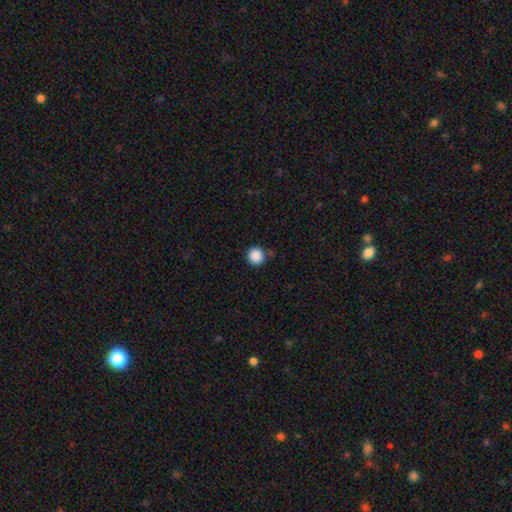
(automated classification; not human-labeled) This is clearly a smooth galaxy (88%). How rounded: clearly round (94%). Merging: clearly none (83%).